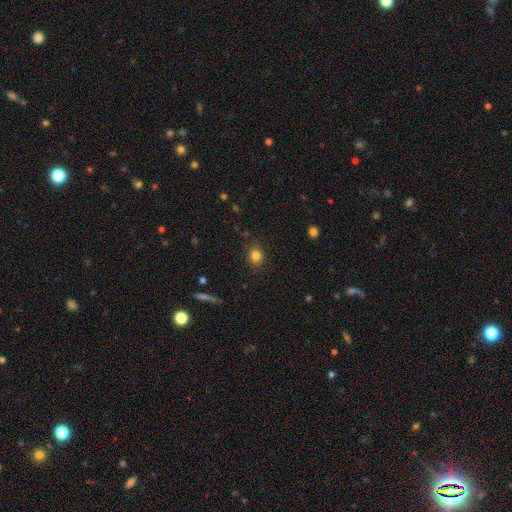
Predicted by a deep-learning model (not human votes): A smooth galaxy with no disk features (82%) that is round (72%). Merging: none (86%).